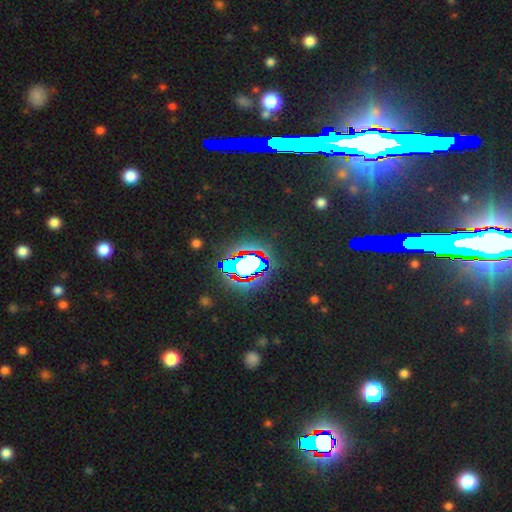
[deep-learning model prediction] This appears to be a star or artifact, not a galaxy (82%).